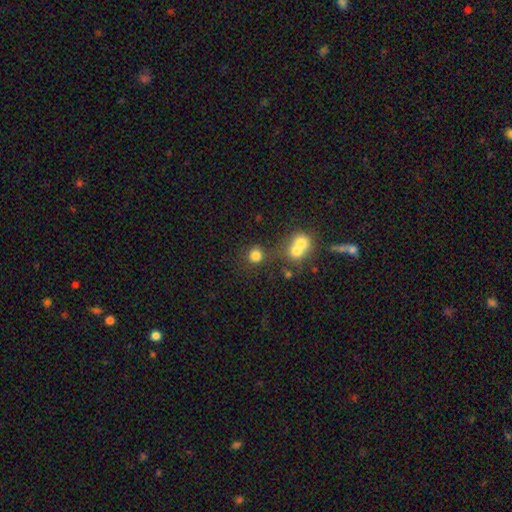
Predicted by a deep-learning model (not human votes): Smooth or featured?
  - smooth: 79% *
  - star or artifact: 14%
  - featured or disk: 8%
How rounded?
  - round: 89% *
  - in between: 10%
  - cigar-shaped: 1%
Merging?
  - none: 66% *
  - merger: 22%
  - minor disturbance: 8%
  - major disturbance: 4%